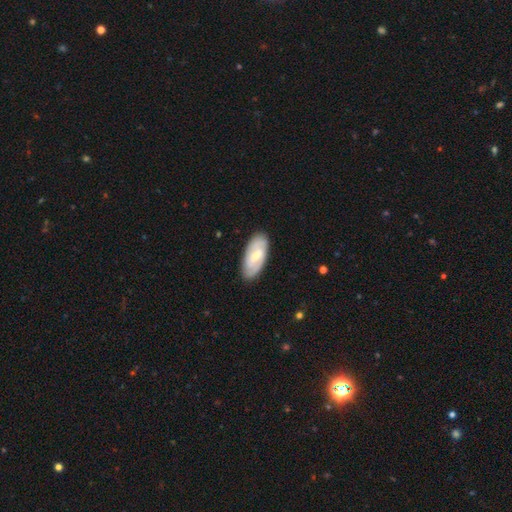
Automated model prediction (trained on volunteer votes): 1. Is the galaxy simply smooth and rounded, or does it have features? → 64% featured or disk, 31% smooth, 5% star or artifact.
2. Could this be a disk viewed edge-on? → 92% no, 8% yes.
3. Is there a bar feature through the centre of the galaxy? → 50% weak, 27% no, 22% strong.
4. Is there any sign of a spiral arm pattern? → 80% yes, 20% no.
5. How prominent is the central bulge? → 53% small, 43% moderate, 2% large, 1% none, 1% dominant.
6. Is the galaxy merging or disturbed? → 86% none, 11% minor disturbance, 2% major disturbance, 1% merger.